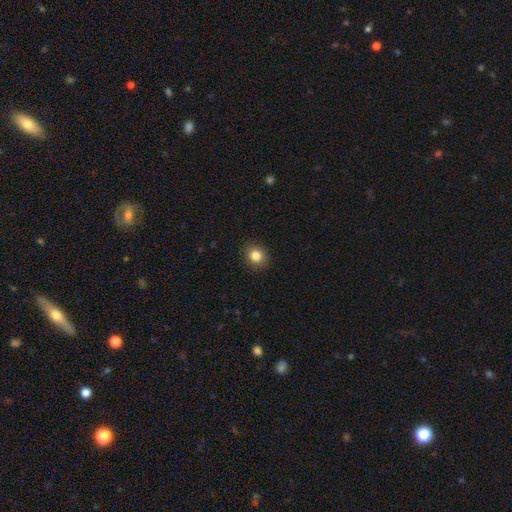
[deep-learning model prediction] The model was most divided on "how rounded": round: 75%, in between: 24%, cigar-shaped: 1%. More confident: merging — none (90%); smooth or featured — smooth (84%).